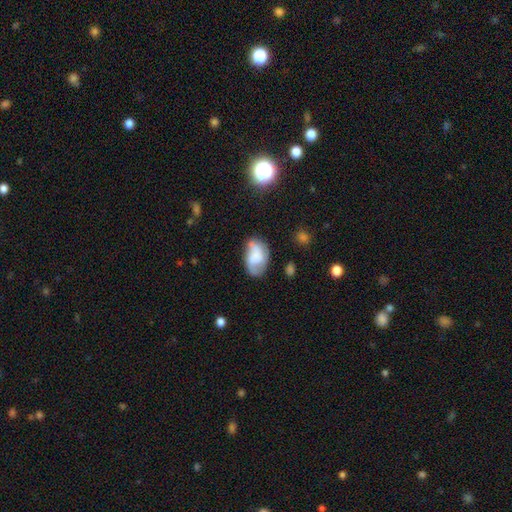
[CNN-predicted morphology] type=smooth (48%); merging=none (52%).